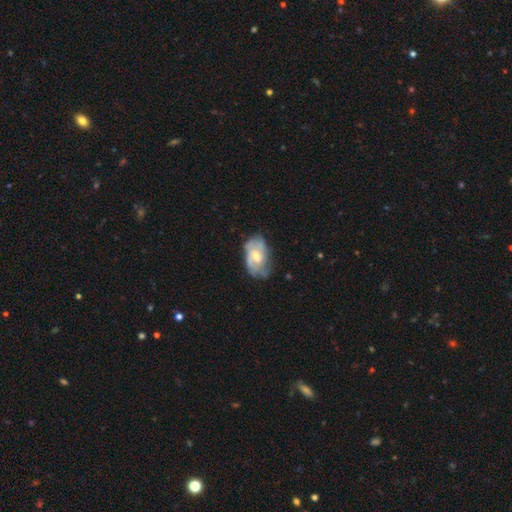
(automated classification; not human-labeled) Smooth or featured: featured or disk — 65% (smooth — 29%)
Edge-on disk: no — 96% (yes — 4%)
Bar: no — 47% (weak — 45%)
Spiral arms: yes — 80% (no — 20%)
Bulge size: moderate — 59% (small — 26%)
Merging: none — 56% (minor disturbance — 29%)